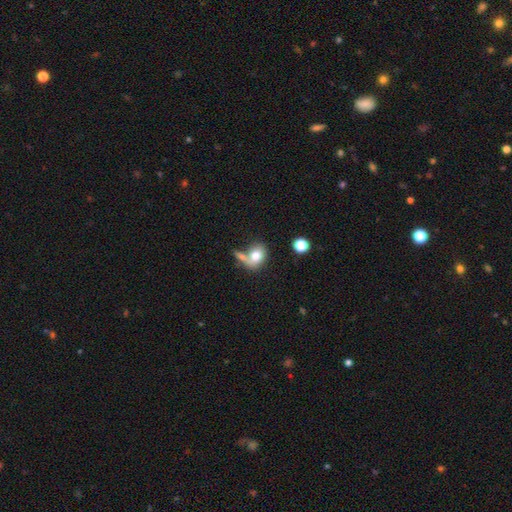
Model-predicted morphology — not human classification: smooth 76%, featured or disk 16%, star or artifact 8%. Down the decision tree: how rounded — in between (62%); merging — none (37%).